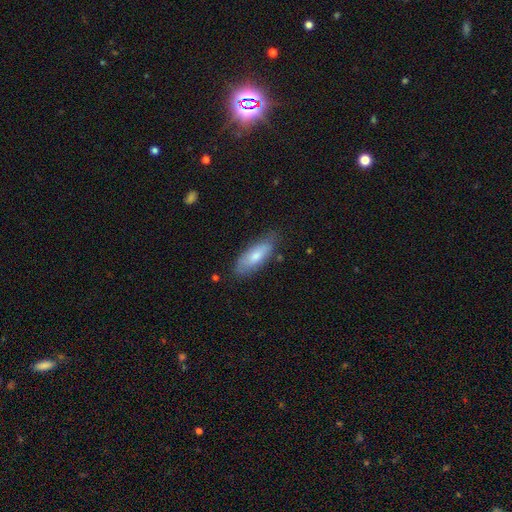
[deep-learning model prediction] smooth 72%, featured or disk 22%, star or artifact 6%. Down the decision tree: how rounded — in between (73%); merging — none (73%).